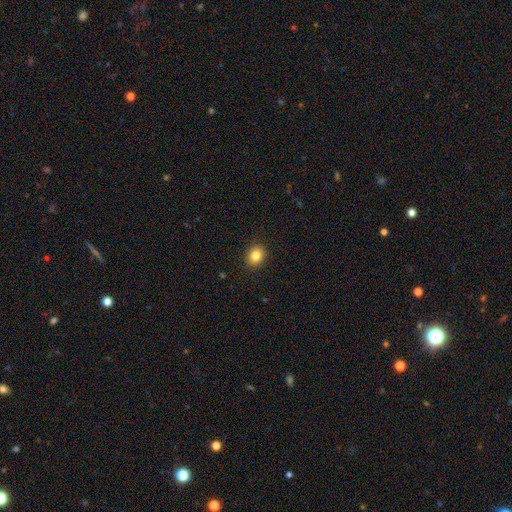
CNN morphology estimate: Smooth or featured?
  - smooth: 83% *
  - star or artifact: 11%
  - featured or disk: 6%
How rounded?
  - round: 65% *
  - in between: 34%
  - cigar-shaped: 1%
Merging?
  - none: 90% *
  - minor disturbance: 7%
  - major disturbance: 2%
  - merger: 1%